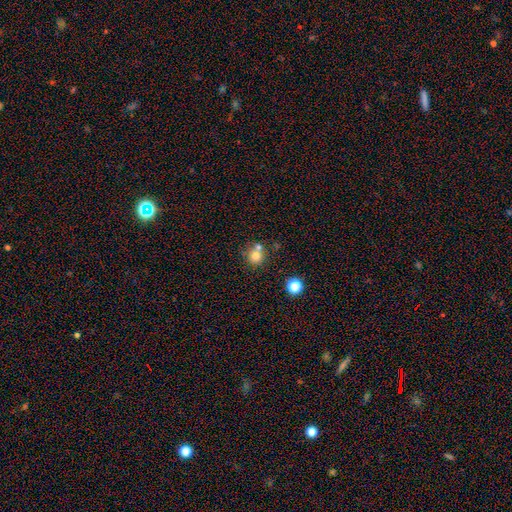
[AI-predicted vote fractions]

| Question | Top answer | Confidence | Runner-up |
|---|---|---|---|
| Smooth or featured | smooth | 75% | star or artifact (14%) |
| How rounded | round | 91% | in between (8%) |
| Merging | none | 58% | merger (31%) |